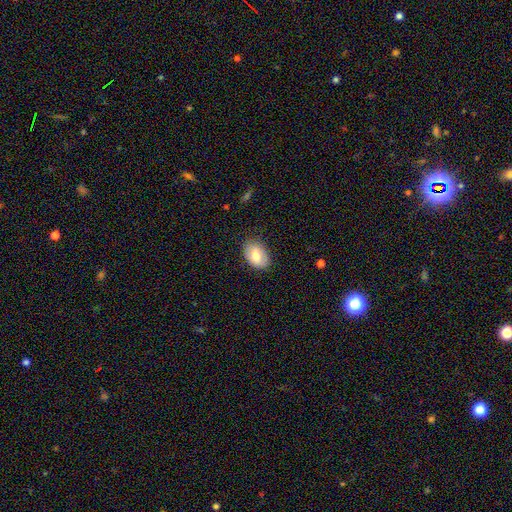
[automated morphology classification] Smooth or featured? smooth (68%)
How rounded? in between (85%)
Merging? none (82%)